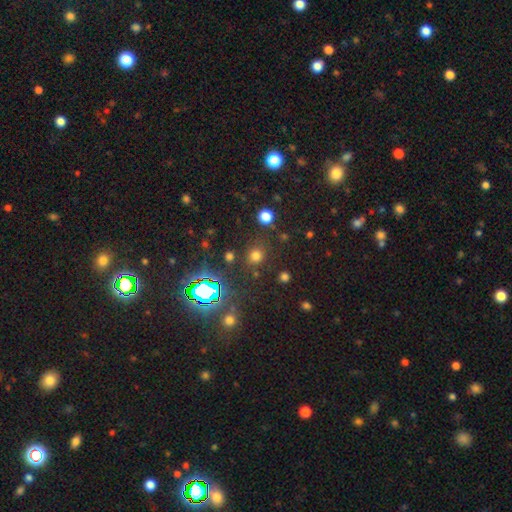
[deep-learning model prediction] This is likely a smooth galaxy (67%). How rounded: clearly round (84%). Merging: clearly none (81%).